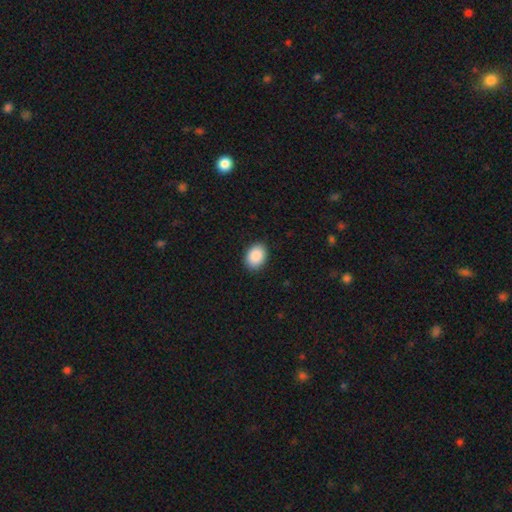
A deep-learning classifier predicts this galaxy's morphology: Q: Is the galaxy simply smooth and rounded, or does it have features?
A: smooth — 90%.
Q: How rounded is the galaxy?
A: in between — 73%.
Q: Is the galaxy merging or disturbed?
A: none — 89%.